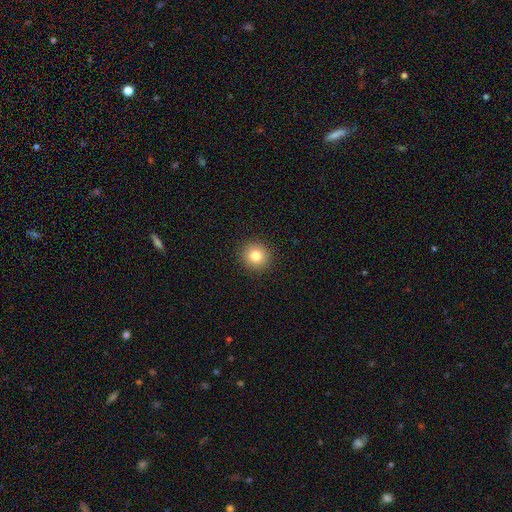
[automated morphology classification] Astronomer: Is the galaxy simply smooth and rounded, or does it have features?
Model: smooth — 82%.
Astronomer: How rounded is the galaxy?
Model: round — 92%.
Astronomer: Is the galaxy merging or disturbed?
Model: none — 92%.